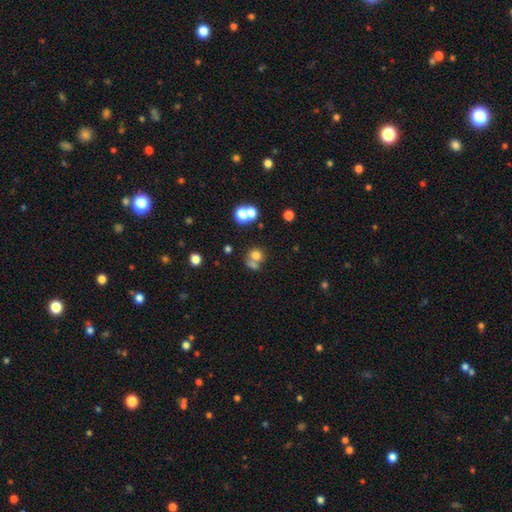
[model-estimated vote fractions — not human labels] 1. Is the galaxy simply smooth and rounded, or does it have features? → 71% smooth, 17% star or artifact, 13% featured or disk.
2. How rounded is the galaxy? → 79% round, 20% in between, 1% cigar-shaped.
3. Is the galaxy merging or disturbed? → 44% none, 40% merger, 9% minor disturbance, 6% major disturbance.